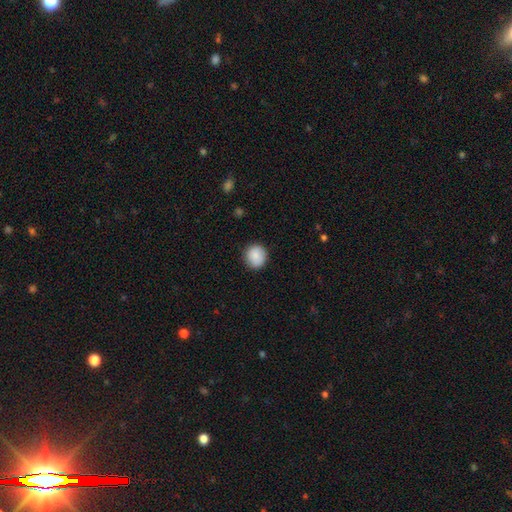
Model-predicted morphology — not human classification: smooth 86%, star or artifact 7%, featured or disk 6%. Down the decision tree: how rounded — round (87%); merging — none (87%).